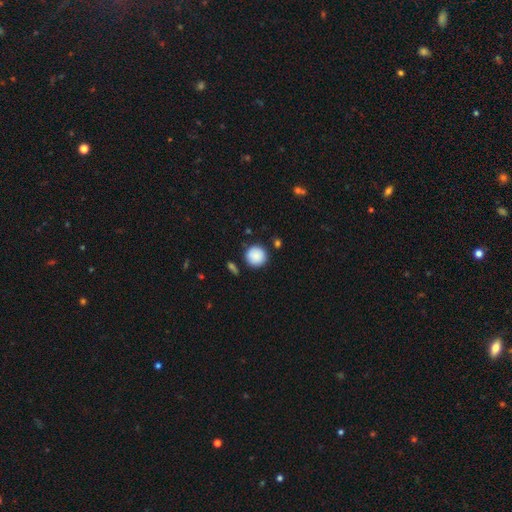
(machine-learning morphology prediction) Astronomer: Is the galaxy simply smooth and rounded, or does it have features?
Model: smooth — 88%.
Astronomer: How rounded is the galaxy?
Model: round — 94%.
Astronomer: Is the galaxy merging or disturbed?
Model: none — 85%.